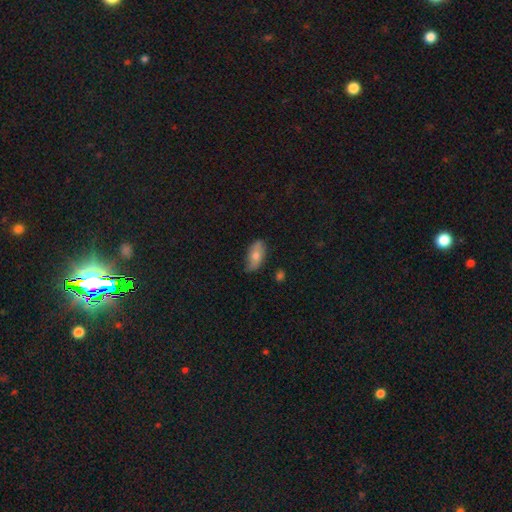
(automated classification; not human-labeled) A smooth galaxy with no disk features (64%) that is in between round and cigar-shaped (88%).

Vote fractions:
- Smooth or featured? smooth: 64% / featured or disk: 28% / star or artifact: 7%
- How rounded? in between: 88% / cigar-shaped: 8% / round: 4%
- Merging? none: 73% / minor disturbance: 22% / major disturbance: 3% / merger: 2%